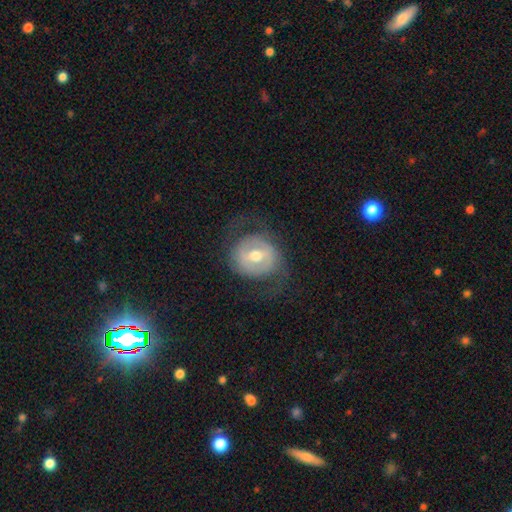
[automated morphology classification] Smooth or featured? Predicted: featured or disk (p=0.63). Edge-on disk? Predicted: no (p=0.95). Bar? Predicted: weak (p=0.42). Spiral arms? Predicted: no (p=0.51). Bulge size? Predicted: moderate (p=0.74). Merging? Predicted: none (p=0.71).